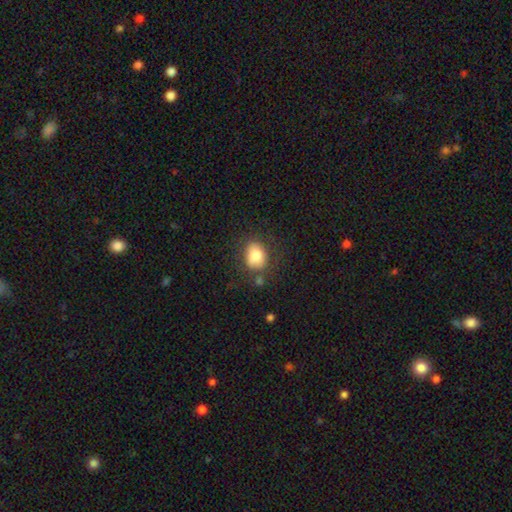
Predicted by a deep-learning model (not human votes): Q: Smooth or featured?
A: smooth (79%); runner-up: featured or disk (13%)
Q: How rounded?
A: in between (60%); runner-up: round (39%)
Q: Merging?
A: none (65%); runner-up: minor disturbance (20%)